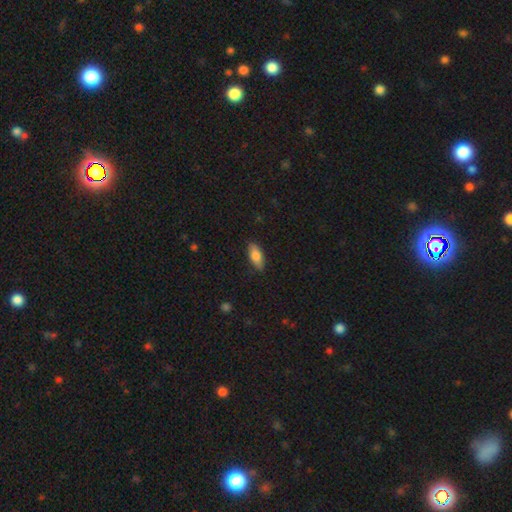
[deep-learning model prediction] smooth-or-featured: smooth: 78% | featured or disk: 16% | star or artifact: 6%
  how-rounded: in between: 80% | cigar-shaped: 18% | round: 2%
  merging: none: 86% | minor disturbance: 11% | major disturbance: 2% | merger: 1%